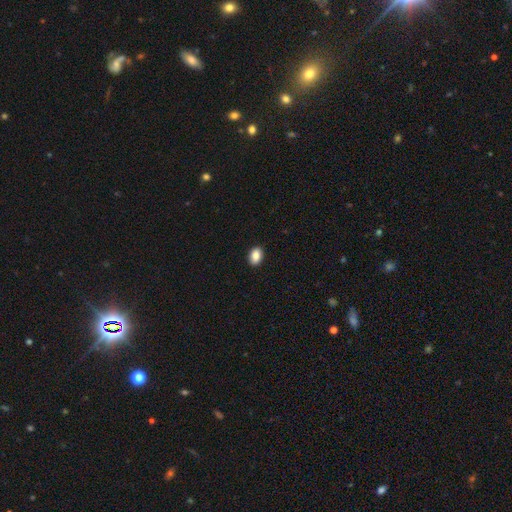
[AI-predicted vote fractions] smooth 88%, star or artifact 8%, featured or disk 5%. Down the decision tree: how rounded — in between (84%); merging — none (91%).